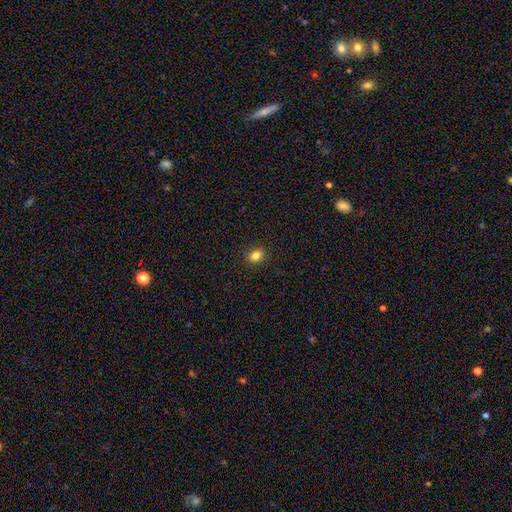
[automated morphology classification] Q: Smooth or featured?
A: smooth (83%); runner-up: star or artifact (12%)
Q: How rounded?
A: in between (52%); runner-up: round (47%)
Q: Merging?
A: none (91%); runner-up: minor disturbance (7%)